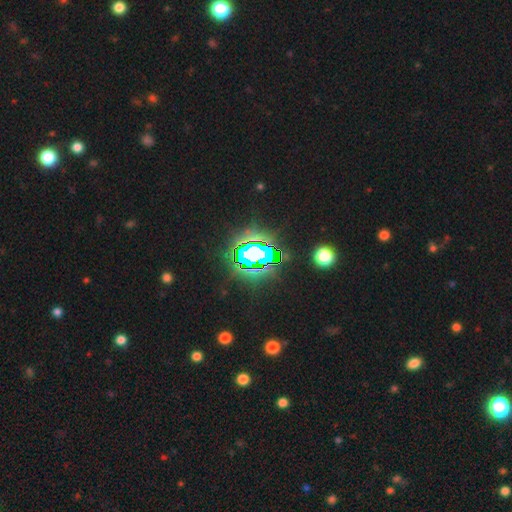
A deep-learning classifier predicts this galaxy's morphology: Overall: star or artifact (75%).